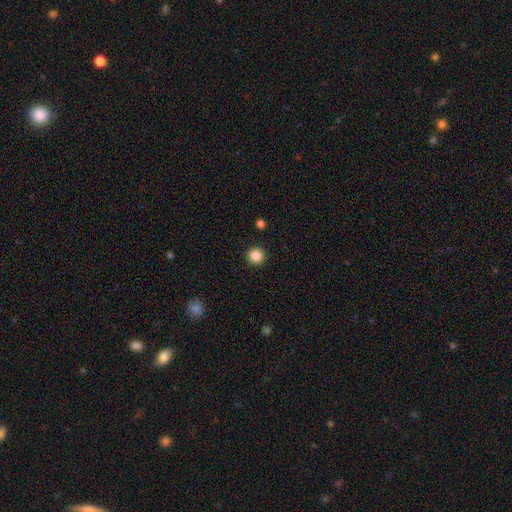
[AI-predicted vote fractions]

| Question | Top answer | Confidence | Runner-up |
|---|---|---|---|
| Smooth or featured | smooth | 86% | star or artifact (10%) |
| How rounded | round | 96% | in between (3%) |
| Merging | none | 93% | minor disturbance (4%) |